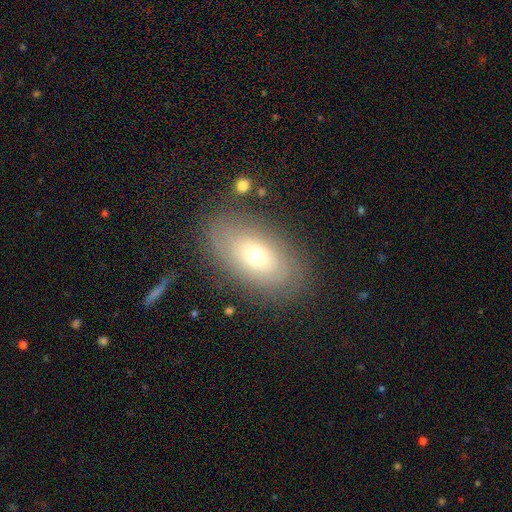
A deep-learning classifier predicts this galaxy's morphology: This appears to be a smooth galaxy with no disk features (52%) that is in between round and cigar-shaped (90%). Merging: none (81%).